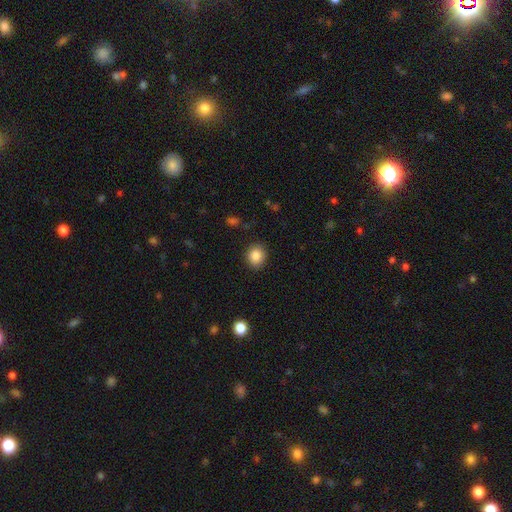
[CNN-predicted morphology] A smooth galaxy with no disk features (86%) that is round (75%). Merging: none (88%).